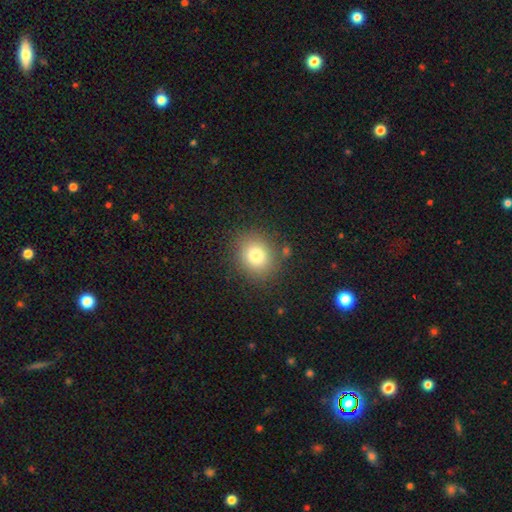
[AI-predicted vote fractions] Smooth or featured? smooth (79%)
How rounded? round (74%)
Merging? none (84%)